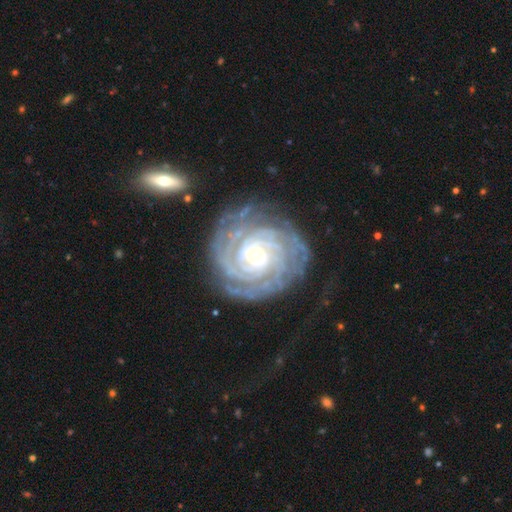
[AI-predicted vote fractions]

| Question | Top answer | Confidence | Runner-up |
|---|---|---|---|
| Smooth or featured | featured or disk | 91% | star or artifact (5%) |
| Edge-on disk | no | 97% | yes (3%) |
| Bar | no | 71% | weak (19%) |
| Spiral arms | yes | 98% | no (2%) |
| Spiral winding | tight | 86% | medium (12%) |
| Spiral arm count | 4 | 24% | can't tell (21%) |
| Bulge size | small | 73% | moderate (23%) |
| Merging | none | 77% | minor disturbance (15%) |